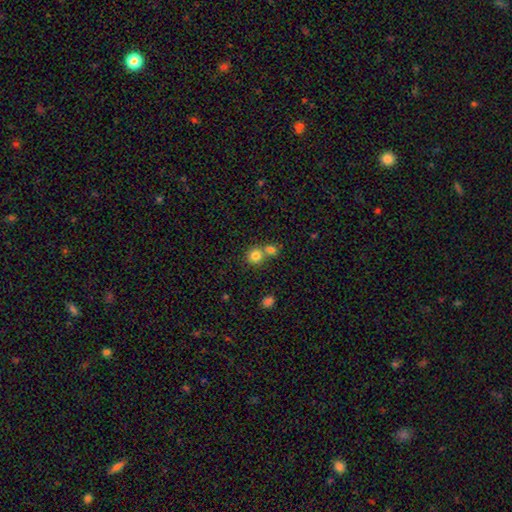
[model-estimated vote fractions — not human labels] Smooth or featured?
  - smooth: 82% *
  - star or artifact: 12%
  - featured or disk: 7%
How rounded?
  - round: 89% *
  - in between: 10%
  - cigar-shaped: 1%
Merging?
  - none: 52% *
  - merger: 40%
  - minor disturbance: 6%
  - major disturbance: 2%